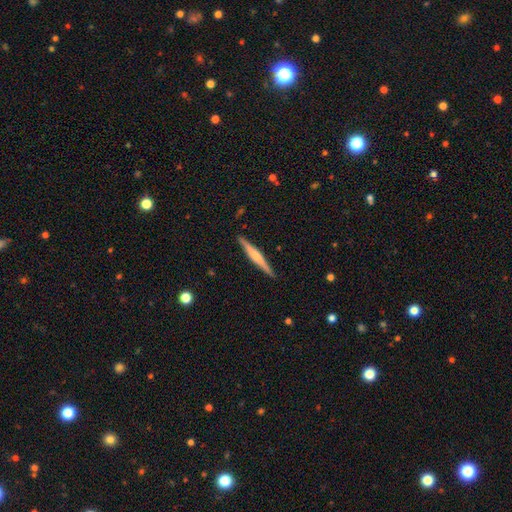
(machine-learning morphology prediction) Smooth or featured? Predicted: featured or disk (p=0.60). Edge-on disk? Predicted: yes (p=0.98). Edge-on bulge? Predicted: rounded (p=0.54). Merging? Predicted: none (p=0.90).